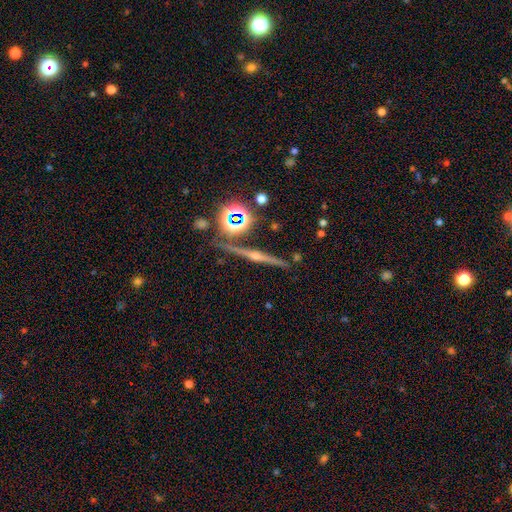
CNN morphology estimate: smooth-or-featured: featured or disk: 59% | star or artifact: 26% | smooth: 15%
  disk-edge-on: yes: 90% | no: 10%
    edge-on-bulge: rounded: 78% | none: 13% | boxy: 9%
  merging: none: 79% | minor disturbance: 9% | merger: 7% | major disturbance: 5%